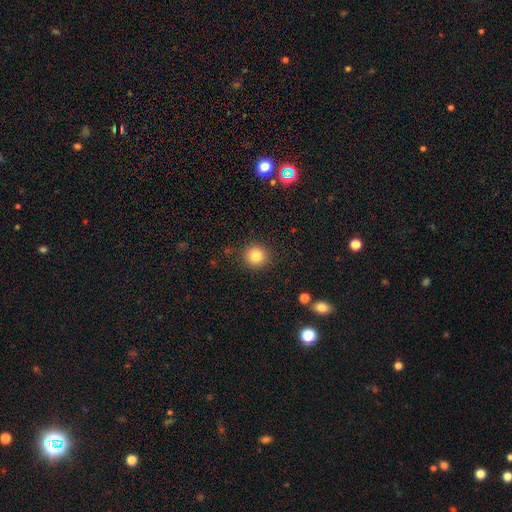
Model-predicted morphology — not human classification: type=smooth (82%); roundness=round (93%); merging=none (90%).